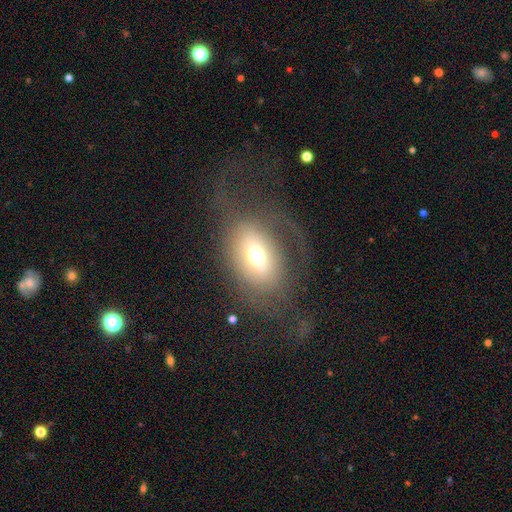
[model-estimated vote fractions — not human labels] smooth 56%, featured or disk 32%, star or artifact 12%. Down the decision tree: how rounded — in between (68%); merging — none (48%).